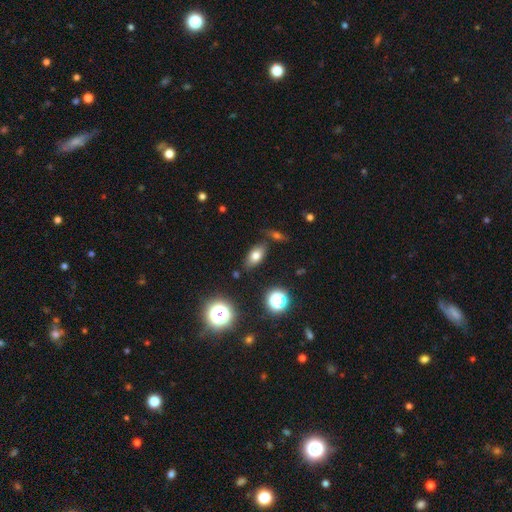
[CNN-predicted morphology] Smooth or featured? smooth (73%)
How rounded? in between (85%)
Merging? none (79%)